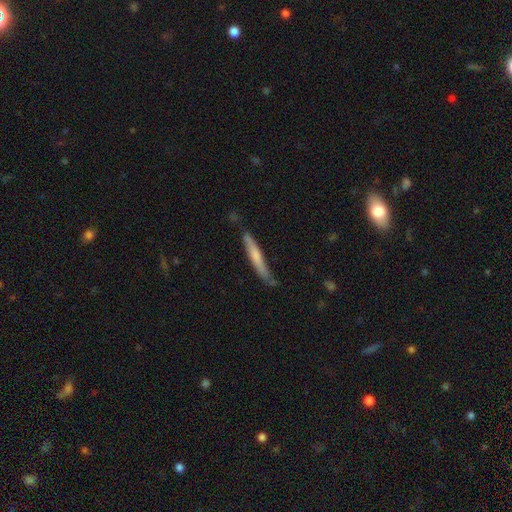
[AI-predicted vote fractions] Q: Smooth or featured?
A: smooth (59%); runner-up: featured or disk (36%)
Q: How rounded?
A: cigar-shaped (94%); runner-up: in between (4%)
Q: Merging?
A: none (71%); runner-up: minor disturbance (22%)